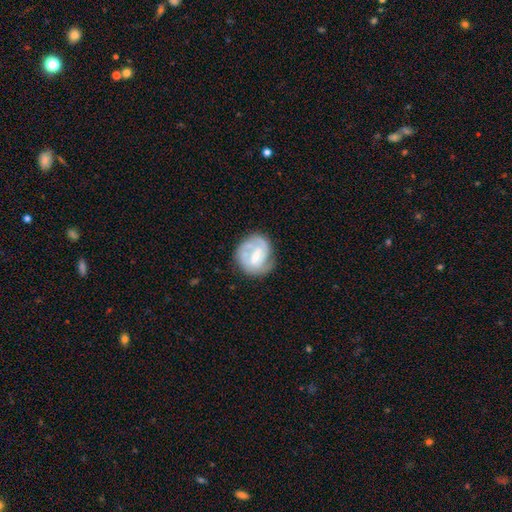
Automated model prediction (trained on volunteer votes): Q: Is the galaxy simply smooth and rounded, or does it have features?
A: featured or disk — 62%.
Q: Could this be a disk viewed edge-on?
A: no — 98%.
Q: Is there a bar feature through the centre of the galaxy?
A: weak — 49%.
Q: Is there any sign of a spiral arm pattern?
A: yes — 73%.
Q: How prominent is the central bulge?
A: moderate — 37%.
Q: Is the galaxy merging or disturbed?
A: none — 60%.